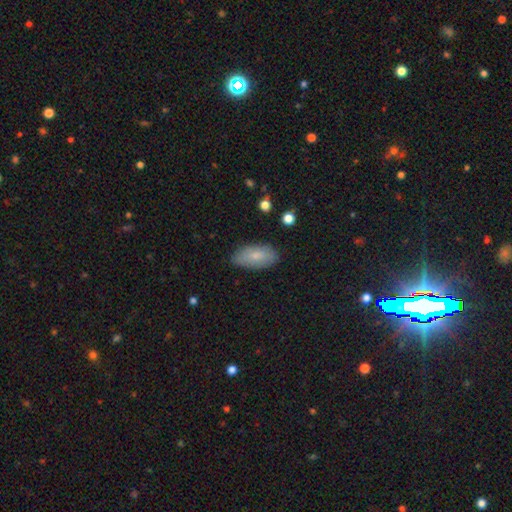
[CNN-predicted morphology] smooth-or-featured: smooth: 81% | featured or disk: 13% | star or artifact: 7%
  how-rounded: in between: 92% | cigar-shaped: 6% | round: 3%
  merging: none: 81% | minor disturbance: 15% | major disturbance: 3% | merger: 1%